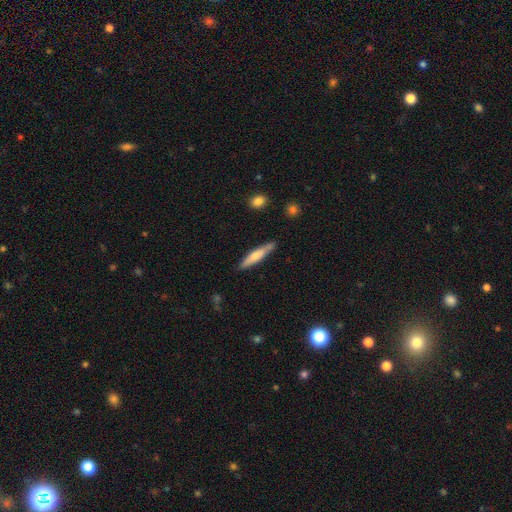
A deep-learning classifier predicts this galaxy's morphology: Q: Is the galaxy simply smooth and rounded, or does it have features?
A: smooth — 64%.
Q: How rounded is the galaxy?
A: cigar-shaped — 88%.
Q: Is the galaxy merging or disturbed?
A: none — 84%.